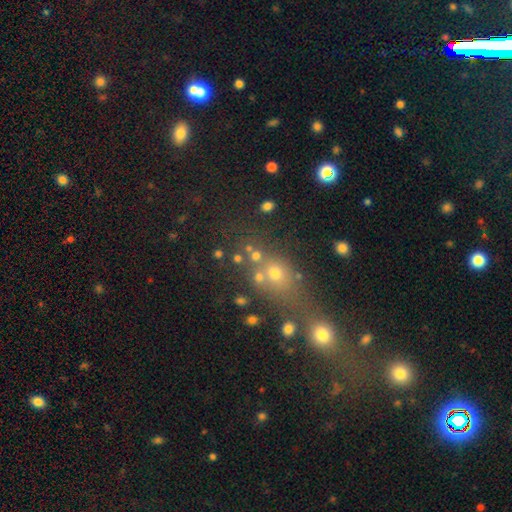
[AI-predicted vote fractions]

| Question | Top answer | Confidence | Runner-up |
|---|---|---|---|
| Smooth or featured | smooth | 60% | star or artifact (25%) |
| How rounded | round | 71% | in between (26%) |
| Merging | none | 55% | merger (26%) |